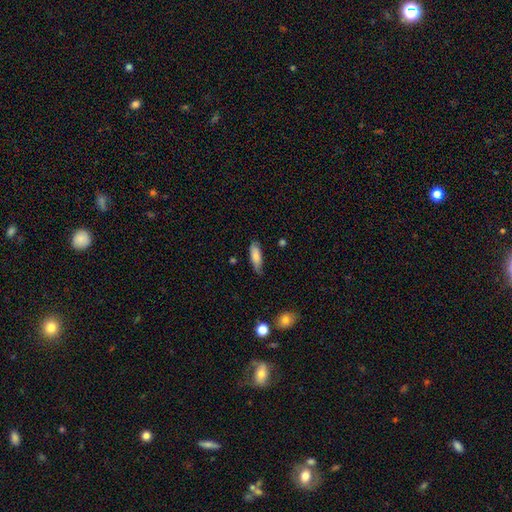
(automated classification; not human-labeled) A smooth galaxy with no disk features (79%) that is in between round and cigar-shaped (56%).

Vote fractions:
- Smooth or featured? smooth: 79% / featured or disk: 15% / star or artifact: 6%
- How rounded? in between: 56% / cigar-shaped: 42% / round: 2%
- Merging? none: 68% / minor disturbance: 25% / major disturbance: 4% / merger: 2%